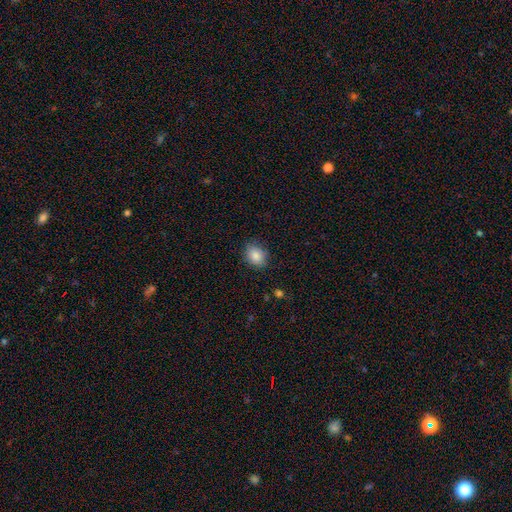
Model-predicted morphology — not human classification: Overall: smooth (86%). How rounded: round (51%; in between 48%). Merging: none (81%).